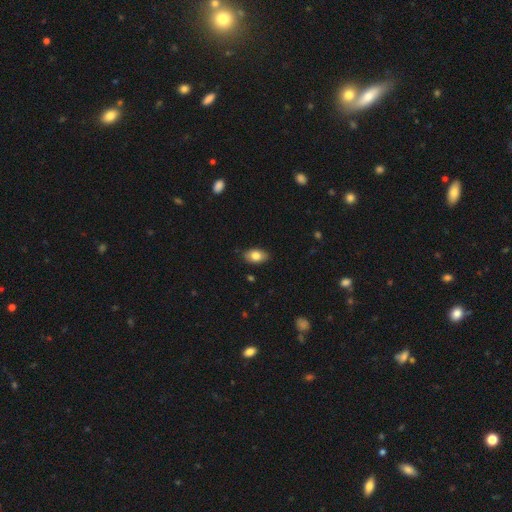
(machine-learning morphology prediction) A smooth galaxy with no disk features (81%) that is in between round and cigar-shaped (91%). Merging: none (86%).